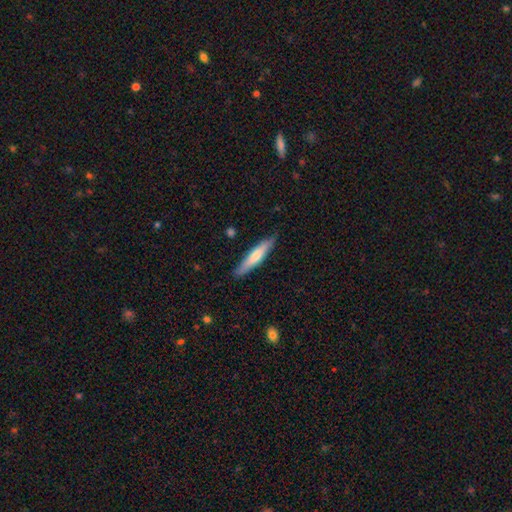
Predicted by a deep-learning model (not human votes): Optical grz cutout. It shows a smooth galaxy with no disk features (63%) that is cigar-shaped (89%). Merging: none (86%).